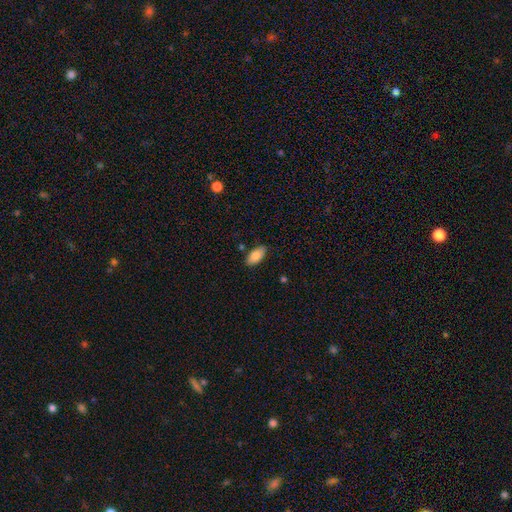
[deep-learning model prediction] smooth-or-featured: smooth: 85% | featured or disk: 8% | star or artifact: 7%
  how-rounded: in between: 91% | cigar-shaped: 6% | round: 2%
  merging: none: 84% | minor disturbance: 11% | major disturbance: 2% | merger: 2%